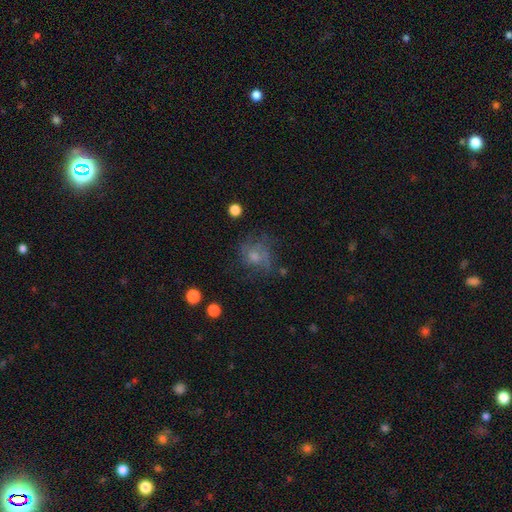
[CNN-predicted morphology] A smooth galaxy with no disk features (50%).

Vote fractions:
- Smooth or featured? smooth: 50% / featured or disk: 36% / star or artifact: 15%
- Merging? none: 49% / major disturbance: 25% / minor disturbance: 23% / merger: 3%